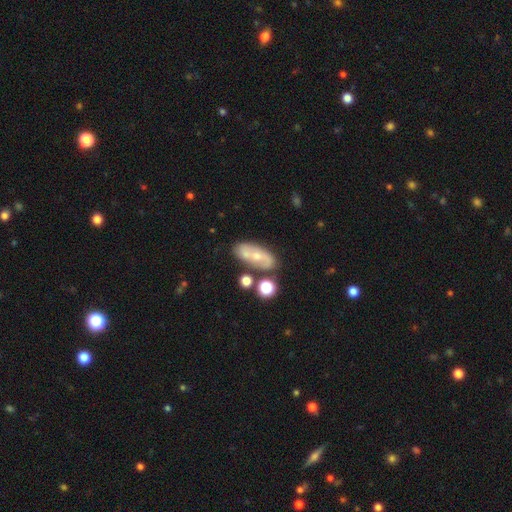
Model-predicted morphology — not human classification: featured or disk 58%, smooth 34%, star or artifact 9%. Down the decision tree: edge-on disk — no (89%); bar — no (61%); spiral arms — yes (69%); bulge size — small (55%); merging — none (66%).